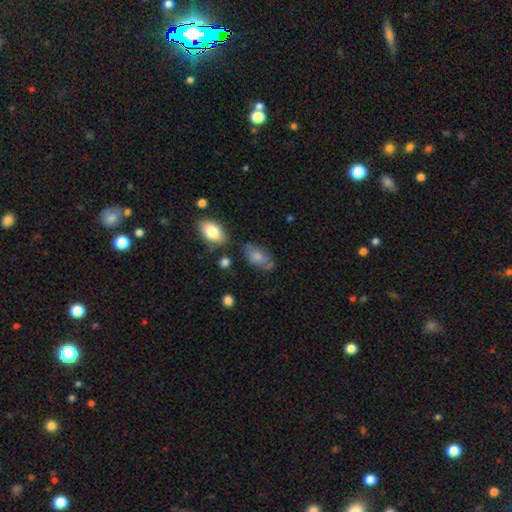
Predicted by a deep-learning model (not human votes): A smooth galaxy with no disk features (68%) that is in between round and cigar-shaped (90%).

Vote fractions:
- Smooth or featured? smooth: 68% / featured or disk: 22% / star or artifact: 9%
- How rounded? in between: 90% / round: 6% / cigar-shaped: 4%
- Merging? none: 61% / minor disturbance: 25% / major disturbance: 8% / merger: 7%